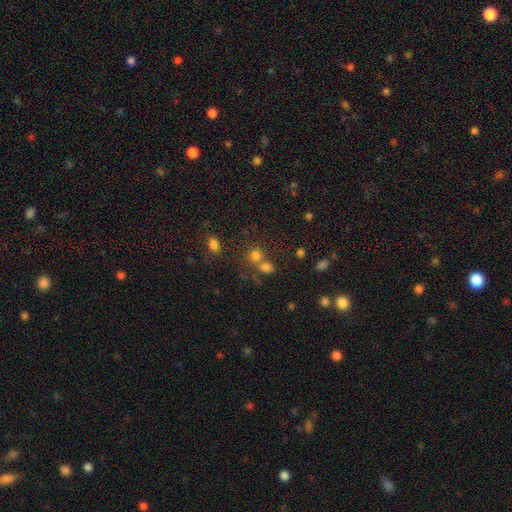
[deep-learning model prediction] This appears to be a smooth galaxy with no disk features (73%) that is round (72%). Merging: none (47%).